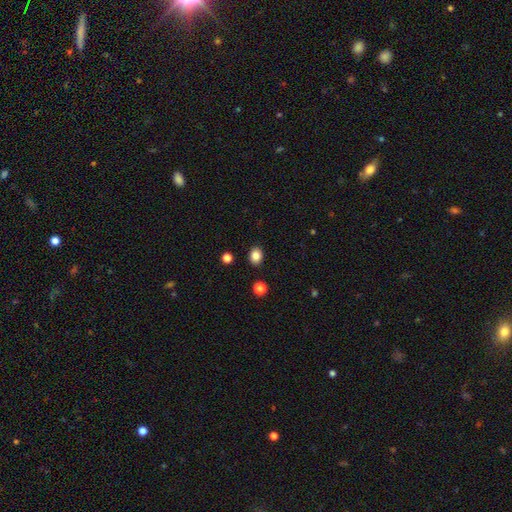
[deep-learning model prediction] The model was most divided on "how rounded": in between: 51%, round: 48%, cigar-shaped: 1%. More confident: merging — none (89%); smooth or featured — smooth (84%).